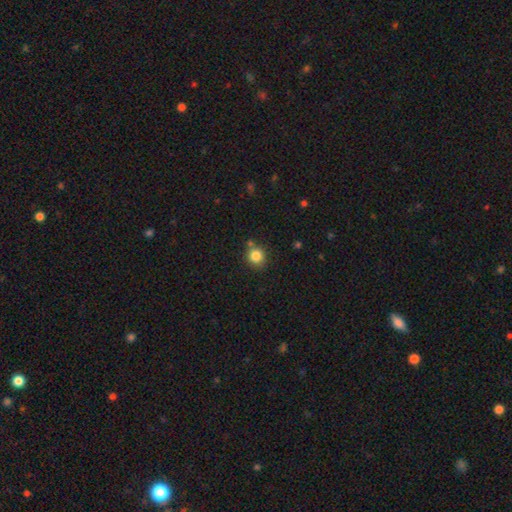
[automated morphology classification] A smooth galaxy with no disk features (84%) that is round (88%). Merging: none (74%).